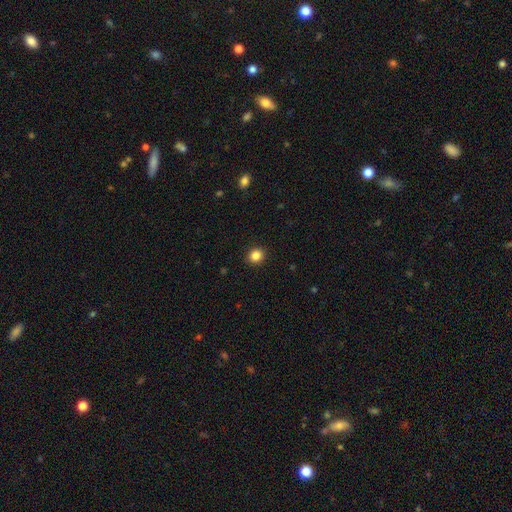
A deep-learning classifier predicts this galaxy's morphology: This is clearly a smooth galaxy (85%). How rounded: likely round (78%). Merging: clearly none (92%).